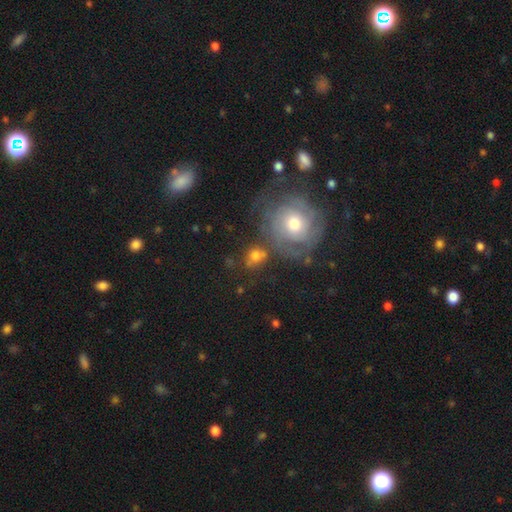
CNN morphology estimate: Smooth or featured? Predicted: smooth (p=0.66). How rounded? Predicted: round (p=0.74). Merging? Predicted: none (p=0.59).